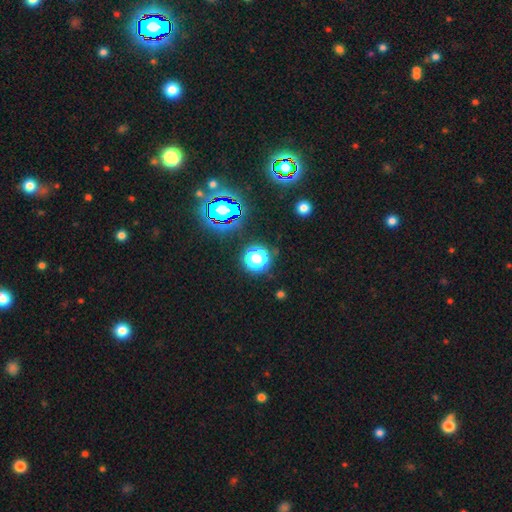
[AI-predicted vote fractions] smooth_or_featured: star or artifact (p=0.49) [alt: smooth p=0.41]